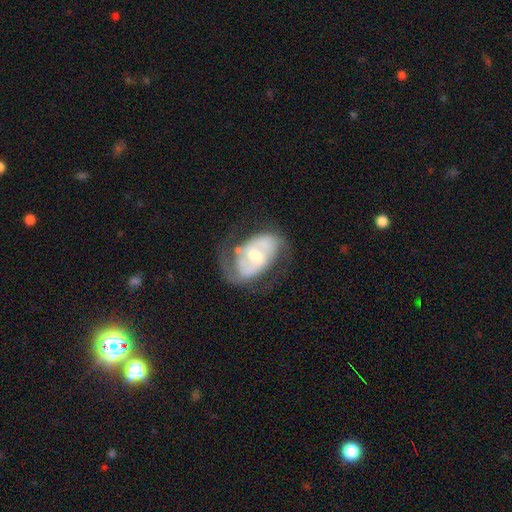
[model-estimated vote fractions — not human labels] Morphology: type=featured or disk (80%); edge-on=no (96%); bar=weak (42%); spiral arms=yes (88%); winding=medium (46%); arm count=2 (77%); bulge=moderate (58%); merging=none (60%).